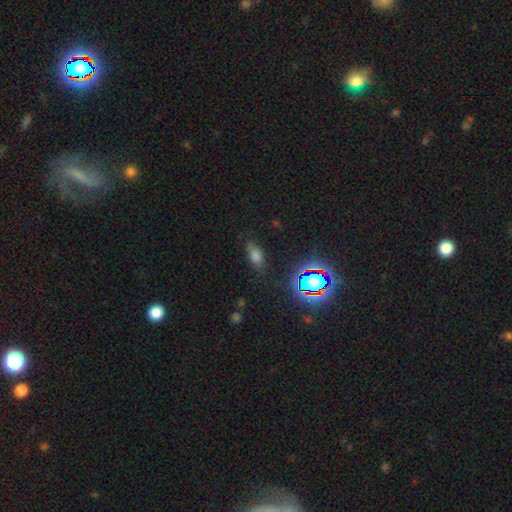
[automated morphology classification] Smooth or featured? smooth (65%)
How rounded? in between (81%)
Merging? none (71%)